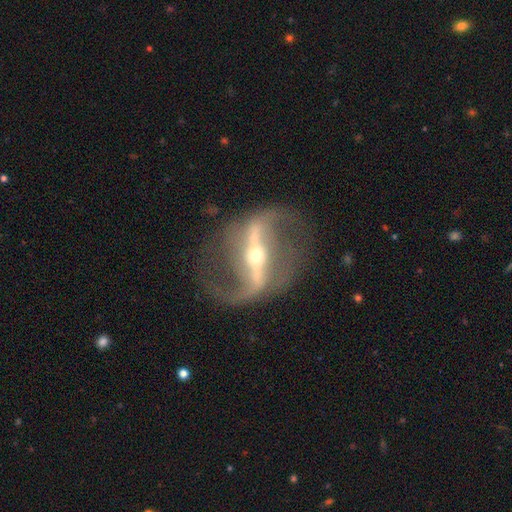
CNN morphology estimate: Overall: featured or disk (91%). Edge-on disk: no (91%). Bar: strong (79%). Spiral arms: yes (92%). Spiral arm count: 2 (92%). Spiral winding: loose (63%; medium 29%). Bulge size: small (64%; moderate 32%). Merging: none (75%).